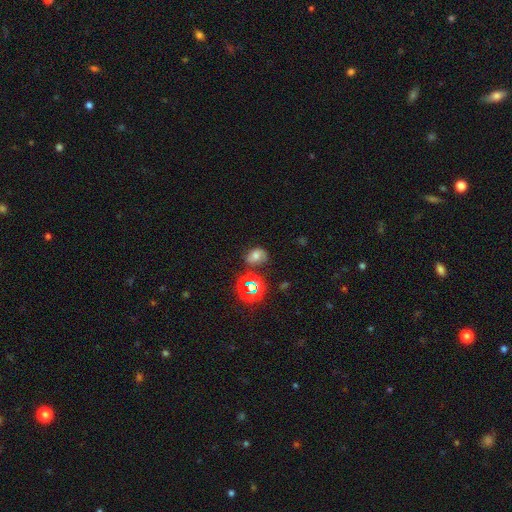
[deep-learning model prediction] Smooth or featured? Predicted: smooth (p=0.51). How rounded? Predicted: in between (p=0.58). Merging? Predicted: none (p=0.61).